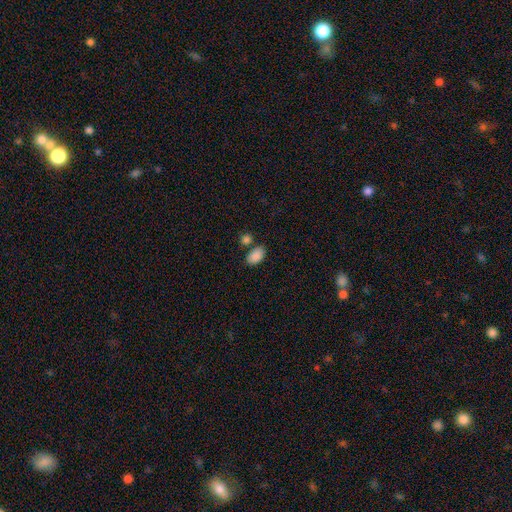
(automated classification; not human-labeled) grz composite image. It shows a smooth galaxy with no disk features (88%) that is in between round and cigar-shaped (90%). Merging: none (67%).